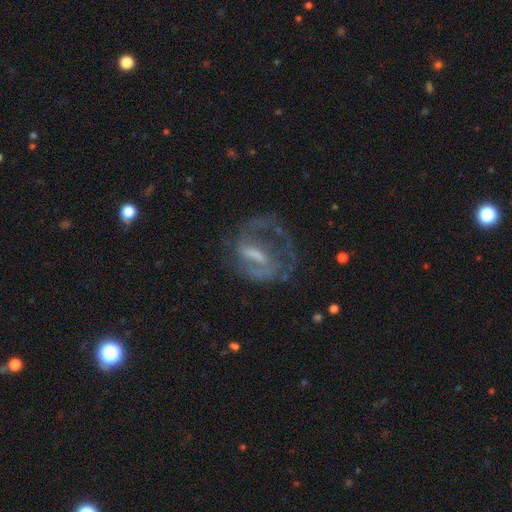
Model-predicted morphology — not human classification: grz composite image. It shows a featured or disk galaxy (76%) with a strong bar (43%), 2 (54%) medium (46%) spiral arms (77%) and a moderate central bulge (32%). Merging: none (51%).